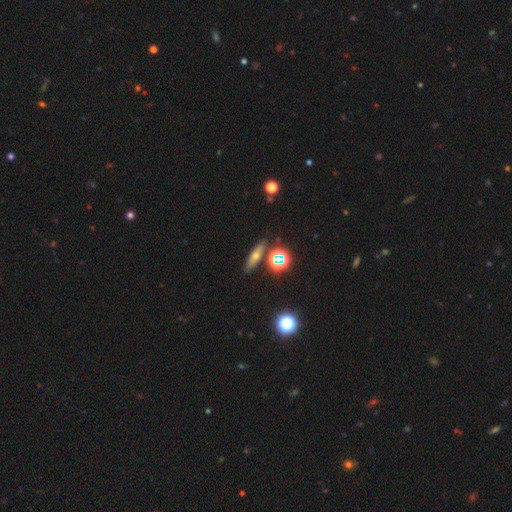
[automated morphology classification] A smooth galaxy with no disk features (41%). Merging: none (83%).